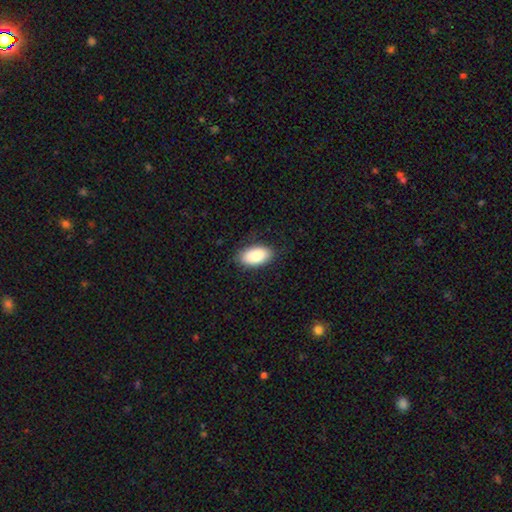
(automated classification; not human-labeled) smooth 88%, star or artifact 6%, featured or disk 6%. Down the decision tree: how rounded — in between (94%); merging — none (83%).